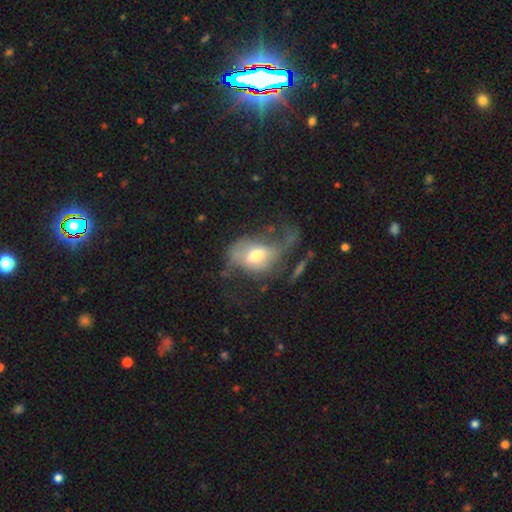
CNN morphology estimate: smooth 47%, featured or disk 44%, star or artifact 8%. Down the decision tree: merging — major disturbance (51%).